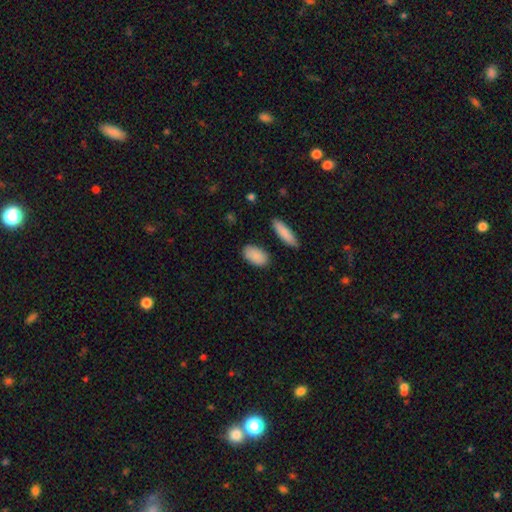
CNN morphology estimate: Smooth or featured: smooth — 88% (star or artifact — 6%)
How rounded: in between — 92% (cigar-shaped — 4%)
Merging: none — 84% (minor disturbance — 10%)